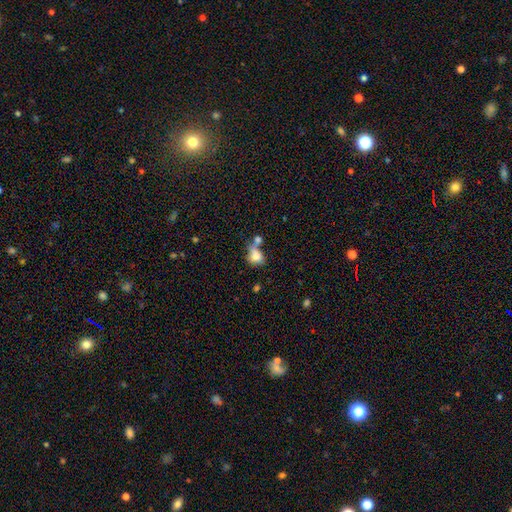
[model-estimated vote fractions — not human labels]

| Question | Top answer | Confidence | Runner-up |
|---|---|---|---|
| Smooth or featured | smooth | 78% | featured or disk (12%) |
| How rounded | in between | 57% | round (41%) |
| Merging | merger | 43% | none (31%) |